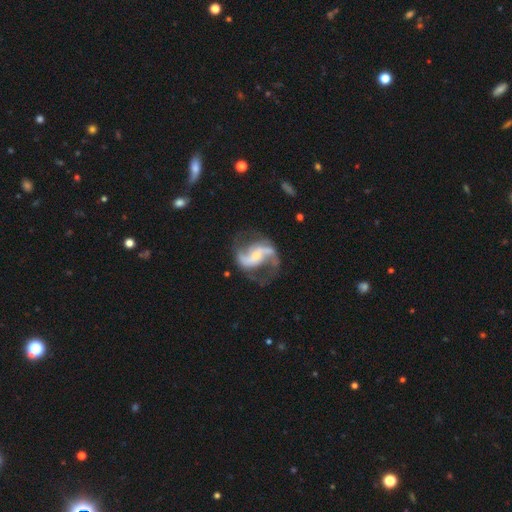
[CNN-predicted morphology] Smooth or featured?
  - featured or disk: 88% *
  - smooth: 6%
  - star or artifact: 5%
Edge-on disk?
  - no: 97% *
  - yes: 3%
Bar?
  - weak: 34% * (tied)
  - strong: 34% * (tied)
  - no: 32%
Spiral arms?
  - yes: 96% *
  - no: 4%
Spiral winding?
  - loose: 52% *
  - medium: 40%
  - tight: 9%
Spiral arm count?
  - 2: 91% *
  - can't tell: 3%
  - 3: 2%
  - 1: 2%
  - 4: 1%
  - more than 4: 1%
Bulge size?
  - small: 59% *
  - moderate: 34%
  - none: 3%
  - large: 3%
  - dominant: 1%
Merging?
  - none: 66% *
  - minor disturbance: 17%
  - major disturbance: 14%
  - merger: 3%